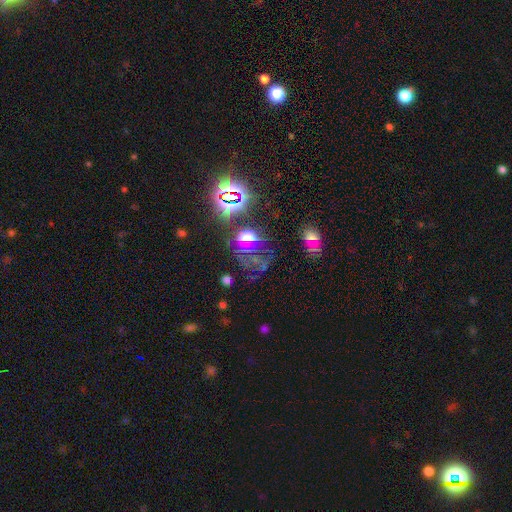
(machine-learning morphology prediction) This is possibly a star or artifact rather than a galaxy (56%).